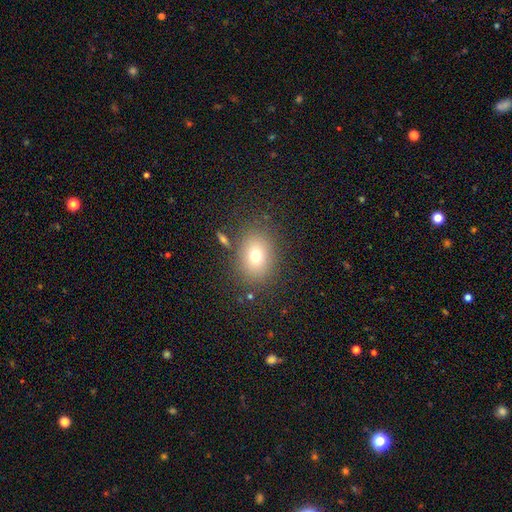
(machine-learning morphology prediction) Smooth or featured? Predicted: smooth (p=0.73). How rounded? Predicted: in between (p=0.52). Merging? Predicted: none (p=0.82).